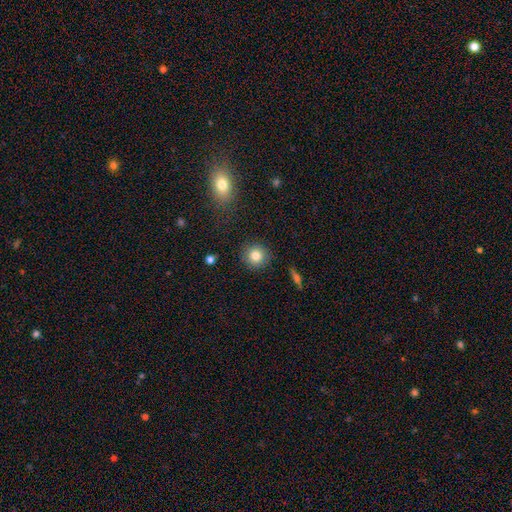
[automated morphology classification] type=smooth (82%); roundness=round (93%); merging=none (89%).